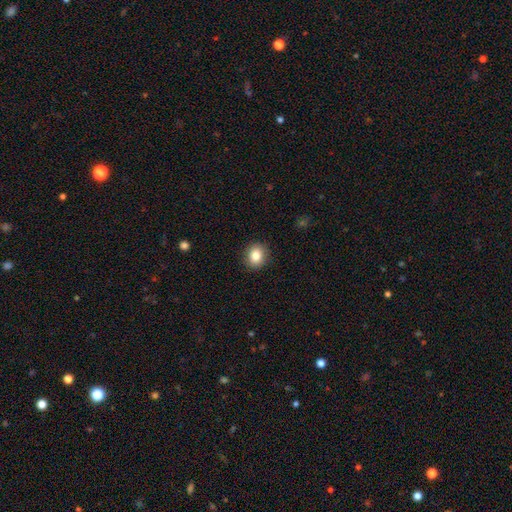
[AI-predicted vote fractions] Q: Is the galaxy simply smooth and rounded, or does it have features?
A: smooth — 84%.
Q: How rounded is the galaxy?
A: round — 68%.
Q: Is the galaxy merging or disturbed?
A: none — 91%.